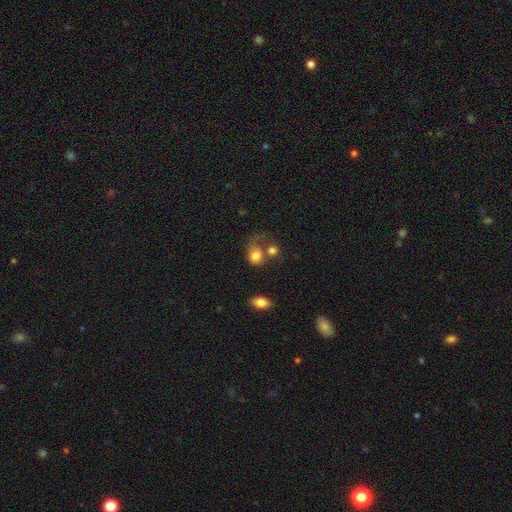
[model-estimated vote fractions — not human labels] A smooth galaxy with no disk features (76%) that is round (50%).

Vote fractions:
- Smooth or featured? smooth: 76% / featured or disk: 14% / star or artifact: 9%
- How rounded? round: 50% / in between: 49% / cigar-shaped: 1%
- Merging? merger: 34% / major disturbance: 28% / none: 23% / minor disturbance: 15%